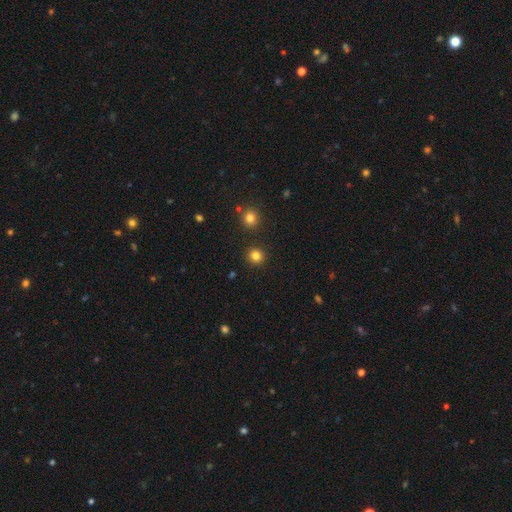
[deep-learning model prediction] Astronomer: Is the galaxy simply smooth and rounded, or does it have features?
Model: smooth — 82%.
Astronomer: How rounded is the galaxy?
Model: round — 92%.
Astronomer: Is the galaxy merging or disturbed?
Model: none — 90%.